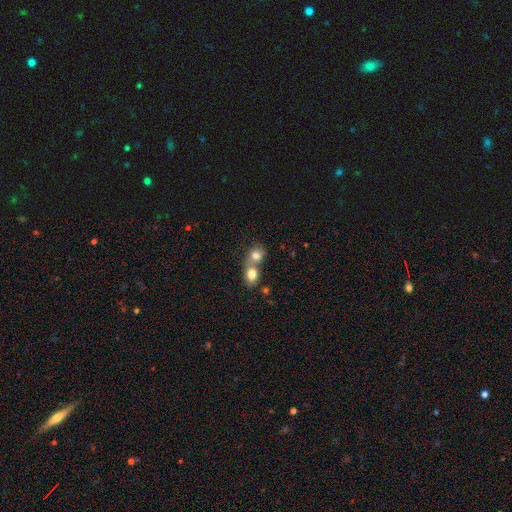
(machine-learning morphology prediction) This is likely a smooth galaxy (78%). How rounded: likely round (63%). Merging: likely merger (66%).